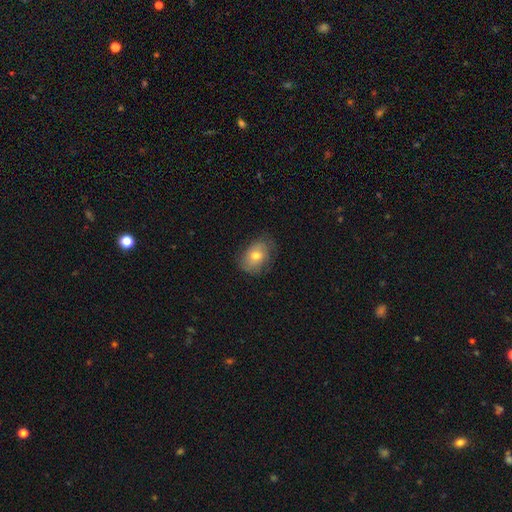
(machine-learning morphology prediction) This appears to be a smooth galaxy with no disk features (69%) that is in between round and cigar-shaped (75%). Merging: none (71%).